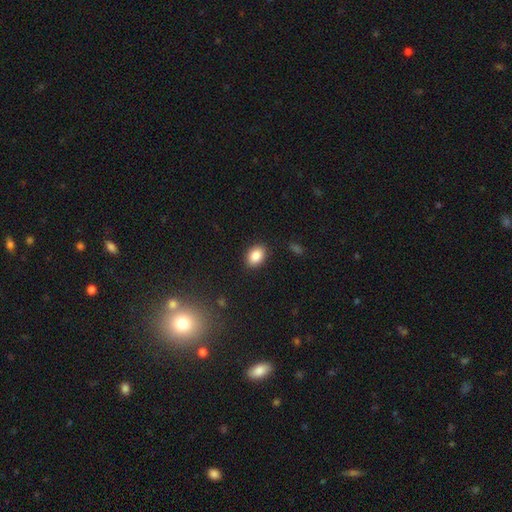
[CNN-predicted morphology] Q: Smooth or featured?
A: smooth (87%); runner-up: star or artifact (8%)
Q: How rounded?
A: in between (79%); runner-up: round (20%)
Q: Merging?
A: none (89%); runner-up: minor disturbance (8%)